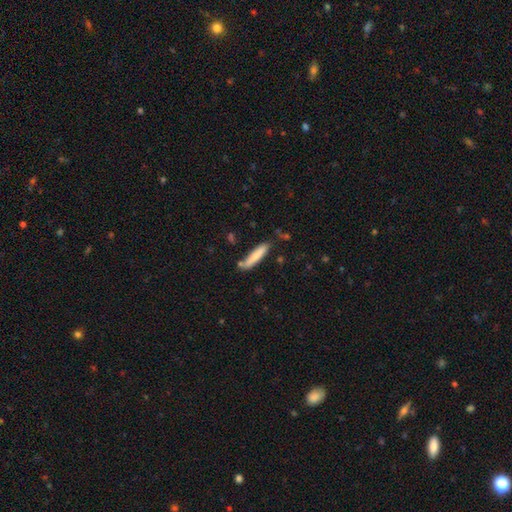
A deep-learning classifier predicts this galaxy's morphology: The model was most divided on "merging": none: 76%, minor disturbance: 15%, merger: 6%, major disturbance: 3%. More confident: how rounded — cigar-shaped (86%); smooth or featured — smooth (78%).